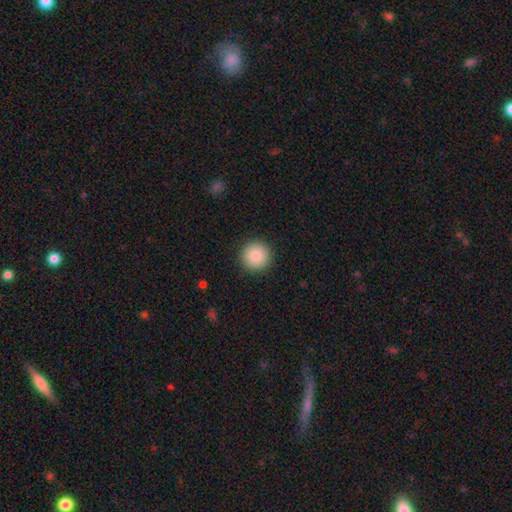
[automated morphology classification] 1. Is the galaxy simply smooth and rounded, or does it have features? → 87% smooth, 8% star or artifact, 5% featured or disk.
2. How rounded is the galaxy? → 96% round, 3% in between, 1% cigar-shaped.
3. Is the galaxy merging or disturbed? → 92% none, 5% minor disturbance, 2% major disturbance, 1% merger.